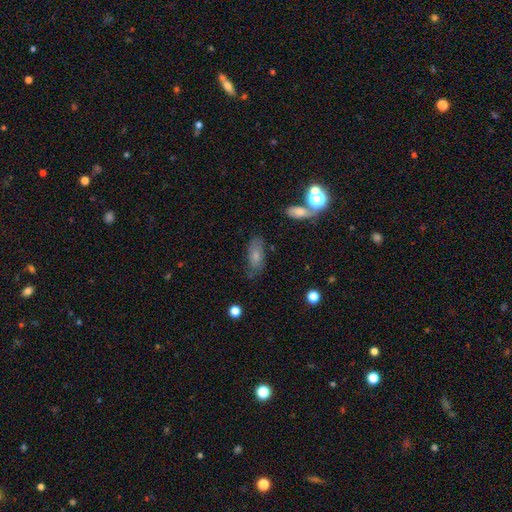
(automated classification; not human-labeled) Morphology: type=smooth (65%); roundness=in between (87%); merging=none (67%).